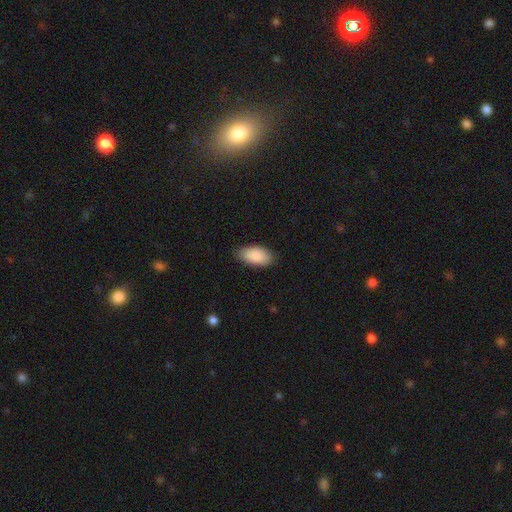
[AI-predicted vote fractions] smooth-or-featured: smooth: 87% | featured or disk: 7% | star or artifact: 6%
  how-rounded: in between: 95% | cigar-shaped: 3% | round: 2%
  merging: none: 85% | minor disturbance: 12% | major disturbance: 2% | merger: 1%